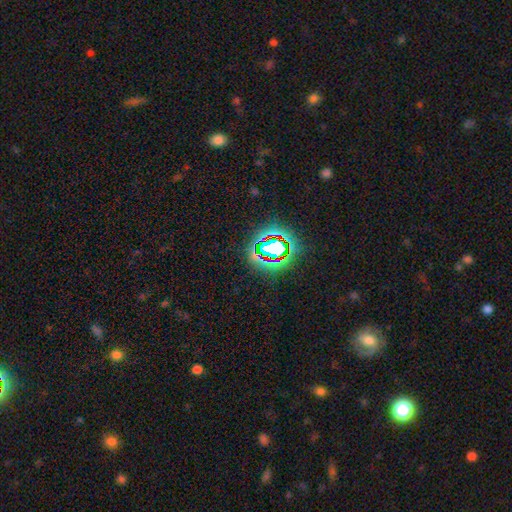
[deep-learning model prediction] Smooth or featured? Predicted: star or artifact (p=0.68).